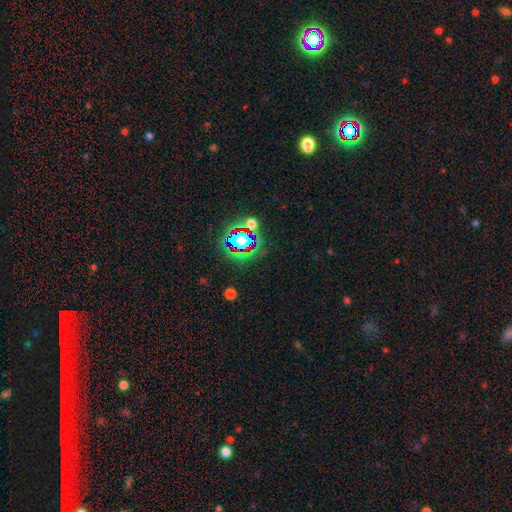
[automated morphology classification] Smooth or featured: star or artifact — 75% (smooth — 15%)